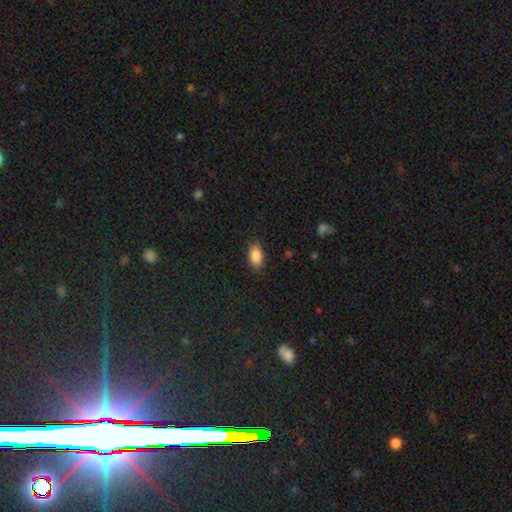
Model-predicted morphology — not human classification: A smooth galaxy with no disk features (87%) that is in between round and cigar-shaped (92%).

Vote fractions:
- Smooth or featured? smooth: 87% / star or artifact: 8% / featured or disk: 5%
- How rounded? in between: 92% / round: 4% / cigar-shaped: 4%
- Merging? none: 87% / minor disturbance: 10% / major disturbance: 2% / merger: 1%